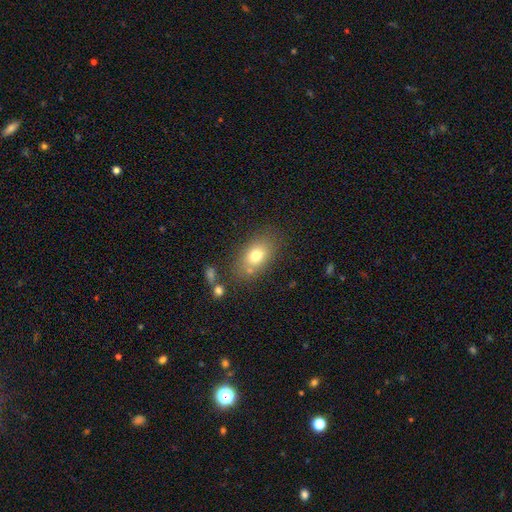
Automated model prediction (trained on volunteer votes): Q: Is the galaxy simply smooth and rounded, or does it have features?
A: smooth — 74%.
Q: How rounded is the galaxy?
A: in between — 80%.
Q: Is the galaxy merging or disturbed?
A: none — 72%.